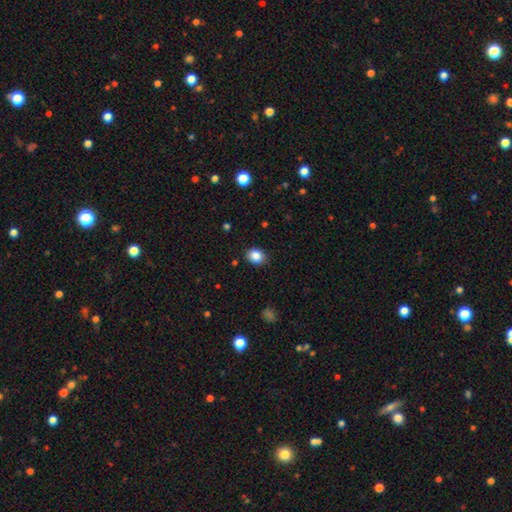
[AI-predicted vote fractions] Morphology: type=smooth (87%); roundness=round (57%); merging=none (86%).